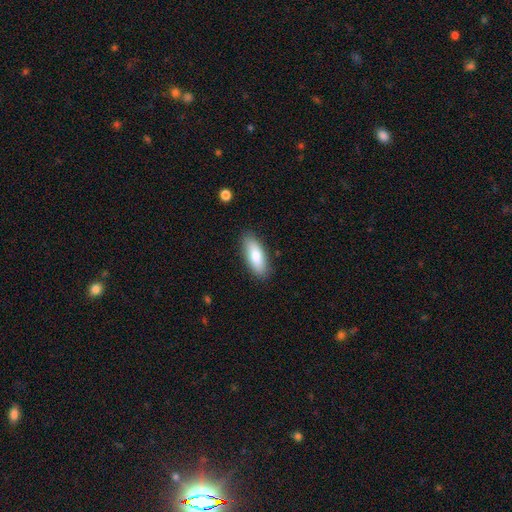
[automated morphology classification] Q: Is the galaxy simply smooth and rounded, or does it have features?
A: smooth — 81%.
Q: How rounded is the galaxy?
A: in between — 72%.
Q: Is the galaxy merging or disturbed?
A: none — 87%.